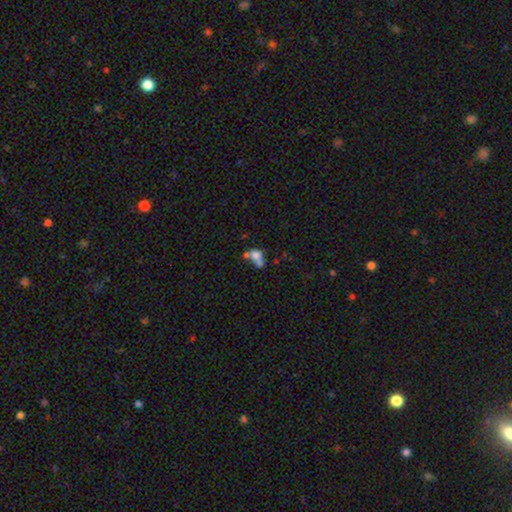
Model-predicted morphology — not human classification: Smooth or featured?
  - smooth: 64% *
  - featured or disk: 23%
  - star or artifact: 13%
How rounded?
  - in between: 55% *
  - round: 42%
  - cigar-shaped: 2%
Merging?
  - merger: 55% *
  - none: 23%
  - minor disturbance: 11%
  - major disturbance: 10%